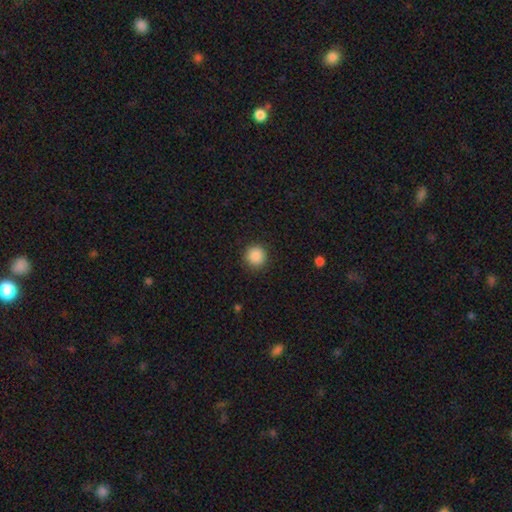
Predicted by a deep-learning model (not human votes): A smooth galaxy with no disk features (88%) that is round (94%).

Vote fractions:
- Smooth or featured? smooth: 88% / star or artifact: 9% / featured or disk: 2%
- How rounded? round: 94% / in between: 6% / cigar-shaped: 1%
- Merging? none: 91% / minor disturbance: 6% / major disturbance: 2% / merger: 1%